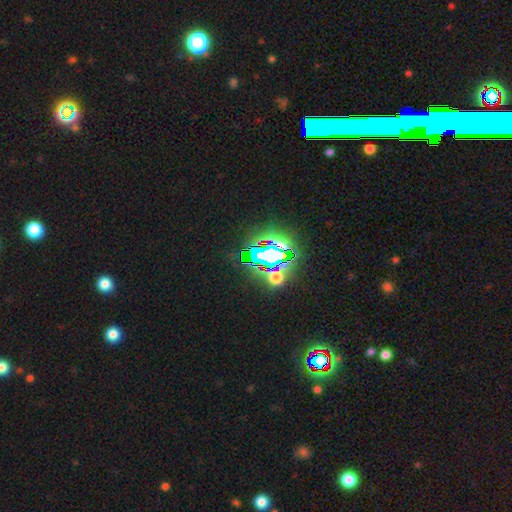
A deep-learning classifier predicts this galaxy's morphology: Smooth or featured? star or artifact (73%)